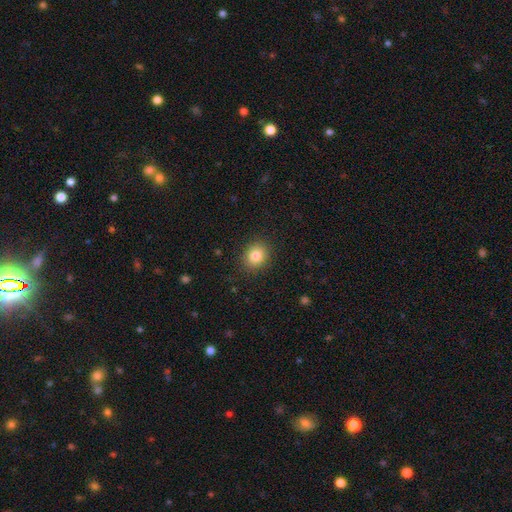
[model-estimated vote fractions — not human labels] Smooth or featured? Predicted: smooth (p=0.83). How rounded? Predicted: round (p=0.65). Merging? Predicted: none (p=0.89).